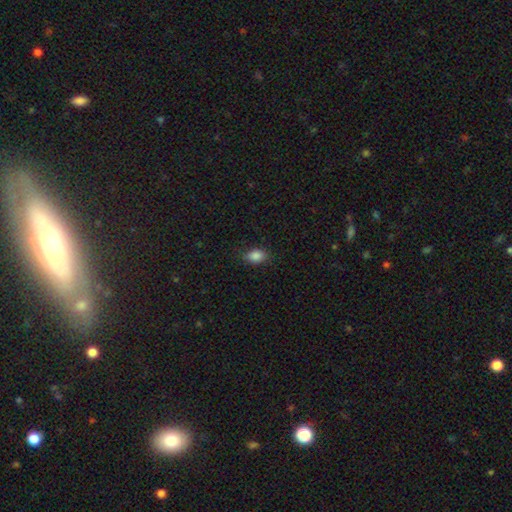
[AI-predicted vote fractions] A smooth galaxy with no disk features (87%) that is in between round and cigar-shaped (80%). Merging: none (83%).